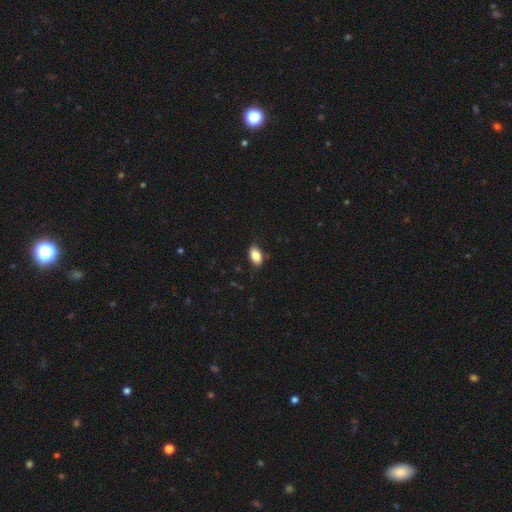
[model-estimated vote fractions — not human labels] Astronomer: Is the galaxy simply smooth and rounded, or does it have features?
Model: smooth — 85%.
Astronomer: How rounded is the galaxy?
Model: in between — 91%.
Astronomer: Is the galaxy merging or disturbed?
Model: none — 84%.